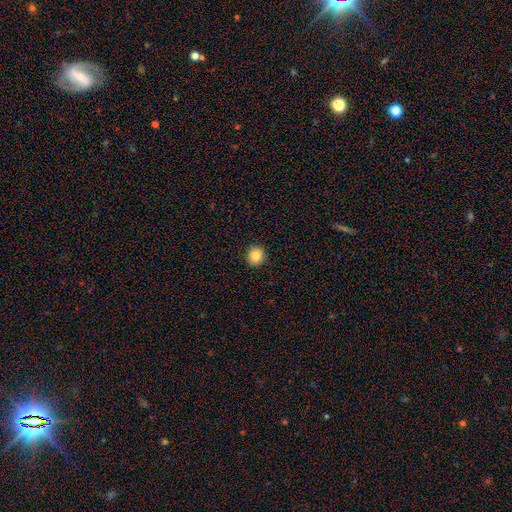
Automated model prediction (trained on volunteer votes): A smooth galaxy with no disk features (84%) that is round (89%). Merging: none (92%).